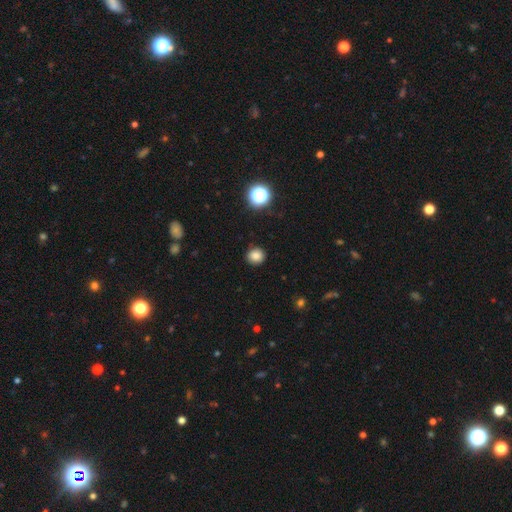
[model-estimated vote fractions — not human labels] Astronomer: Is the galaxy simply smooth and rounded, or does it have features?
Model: smooth — 83%.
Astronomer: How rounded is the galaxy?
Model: round — 85%.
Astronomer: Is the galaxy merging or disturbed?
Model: none — 90%.